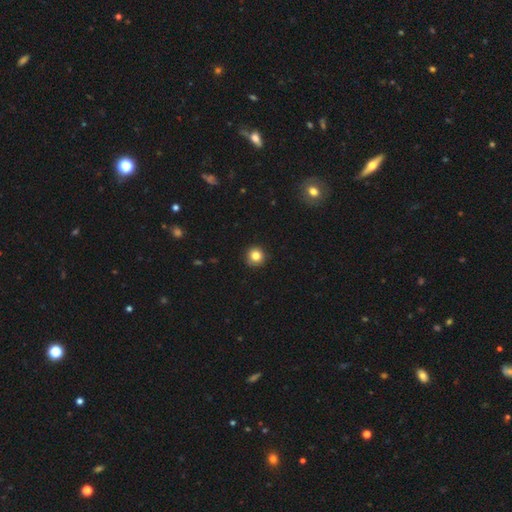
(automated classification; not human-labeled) smooth 84%, star or artifact 11%, featured or disk 5%. Down the decision tree: how rounded — round (94%); merging — none (91%).